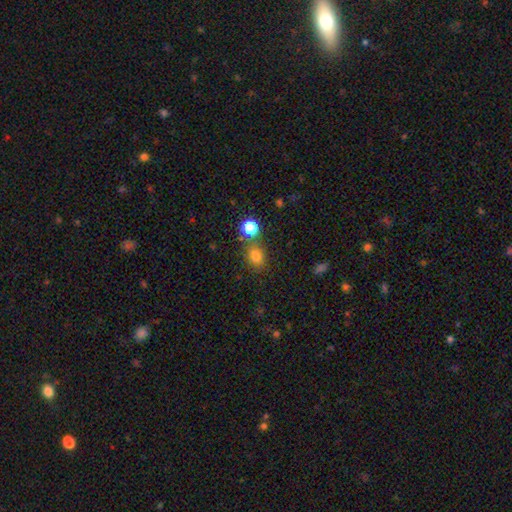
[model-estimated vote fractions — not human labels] Smooth or featured?
  - smooth: 77% *
  - star or artifact: 15%
  - featured or disk: 7%
How rounded?
  - round: 50% *
  - in between: 49%
  - cigar-shaped: 1%
Merging?
  - none: 68% *
  - merger: 14%
  - minor disturbance: 13%
  - major disturbance: 5%